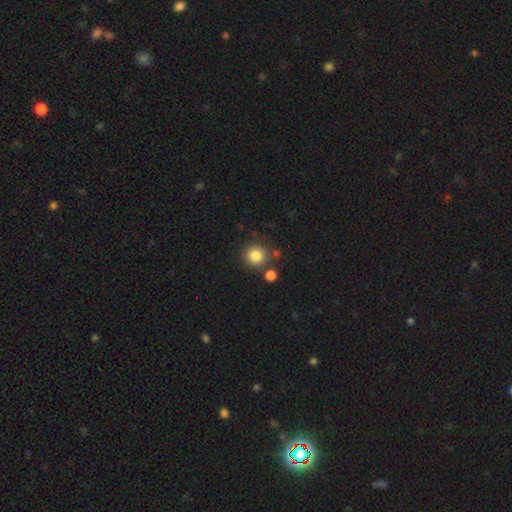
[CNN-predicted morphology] This appears to be a smooth galaxy with no disk features (84%) that is round (93%). Merging: none (80%).